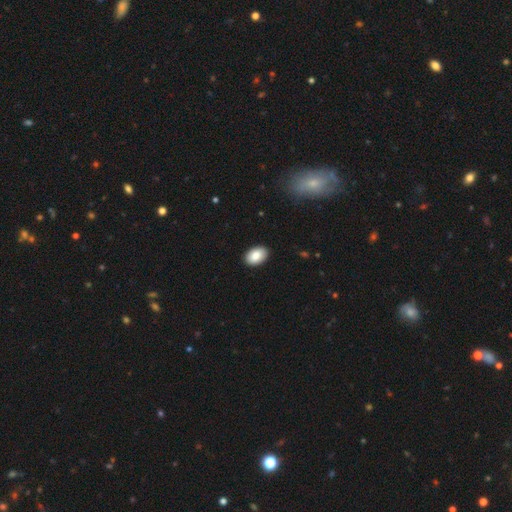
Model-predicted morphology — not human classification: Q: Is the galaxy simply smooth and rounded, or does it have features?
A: smooth — 87%.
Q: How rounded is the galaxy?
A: in between — 90%.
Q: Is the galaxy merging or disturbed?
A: none — 90%.